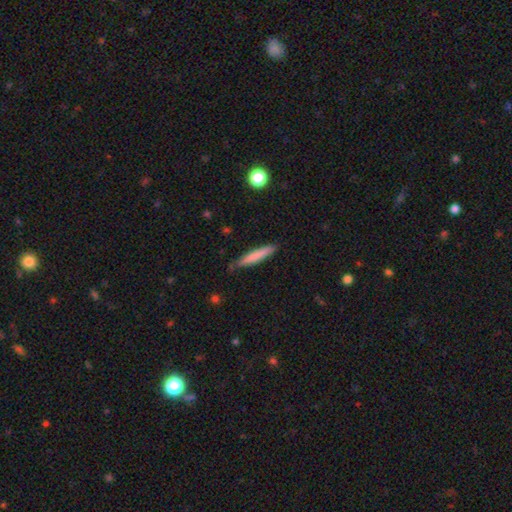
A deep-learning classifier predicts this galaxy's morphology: This appears to be a smooth galaxy with no disk features (73%) that is cigar-shaped (93%). Merging: none (81%).